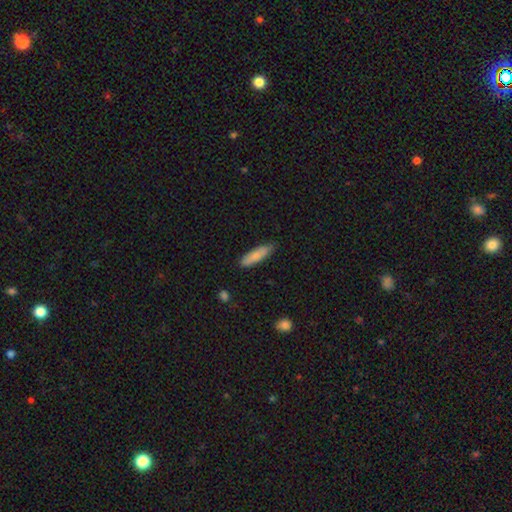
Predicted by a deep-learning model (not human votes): Overall: smooth (79%). How rounded: cigar-shaped (61%; in between 37%). Merging: none (80%).